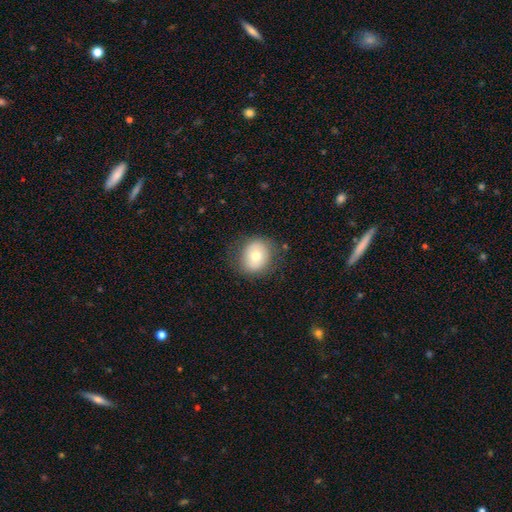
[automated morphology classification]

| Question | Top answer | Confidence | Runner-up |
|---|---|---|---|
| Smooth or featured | smooth | 68% | featured or disk (23%) |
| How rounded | round | 70% | in between (29%) |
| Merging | none | 79% | minor disturbance (15%) |